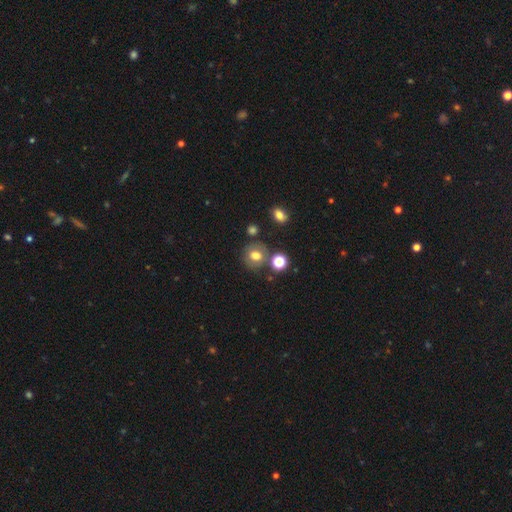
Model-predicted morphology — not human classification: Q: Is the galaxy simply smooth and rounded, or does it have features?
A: smooth — 69%.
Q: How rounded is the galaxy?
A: round — 79%.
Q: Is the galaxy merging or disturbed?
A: none — 70%.